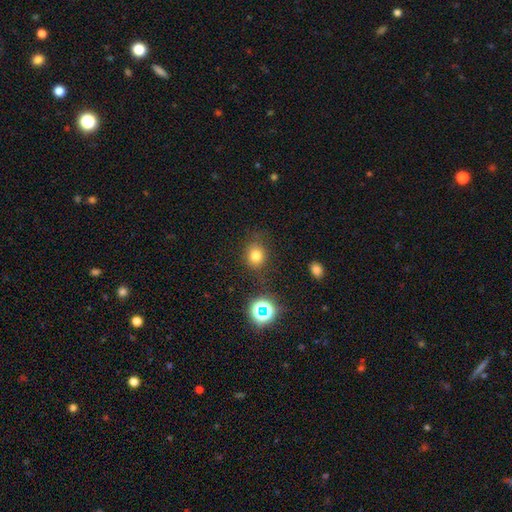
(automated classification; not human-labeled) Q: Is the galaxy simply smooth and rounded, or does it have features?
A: smooth — 75%.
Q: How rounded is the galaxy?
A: round — 69%.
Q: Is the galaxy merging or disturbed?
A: none — 78%.